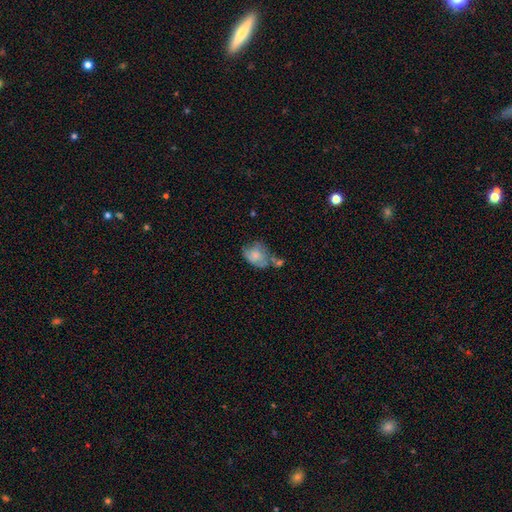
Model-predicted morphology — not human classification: A smooth galaxy with no disk features (61%) that is in between round and cigar-shaped (61%). Merging: none (31%).